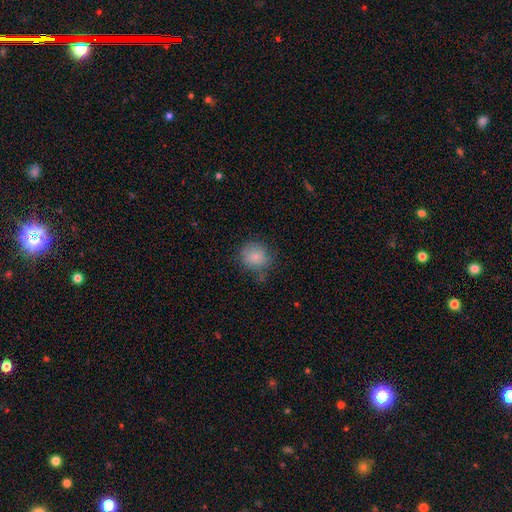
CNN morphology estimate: The model was most divided on "merging": none: 71%, minor disturbance: 21%, major disturbance: 6%, merger: 2%. More confident: how rounded — round (83%); smooth or featured — smooth (82%).